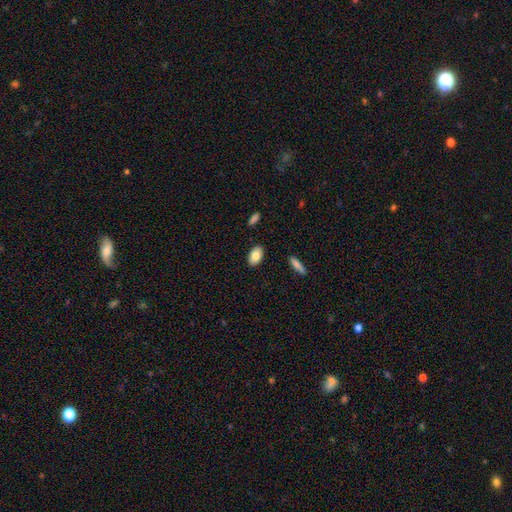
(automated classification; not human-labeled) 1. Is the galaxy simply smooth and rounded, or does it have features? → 83% smooth, 10% featured or disk, 7% star or artifact.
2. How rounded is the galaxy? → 93% in between, 5% round, 2% cigar-shaped.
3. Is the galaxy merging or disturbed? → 88% none, 9% minor disturbance, 2% major disturbance, 2% merger.